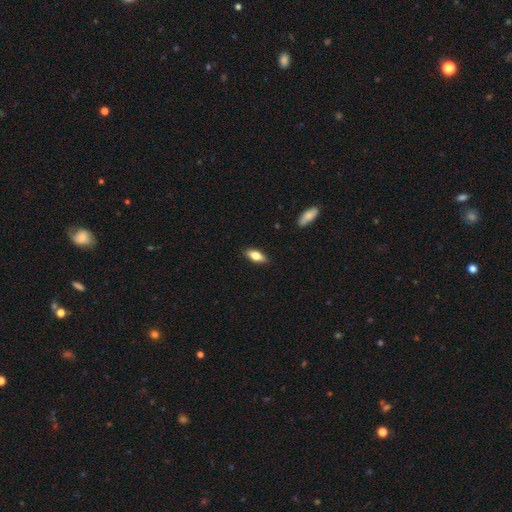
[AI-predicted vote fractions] The model was most divided on "smooth or featured": smooth: 75%, featured or disk: 19%, star or artifact: 7%. More confident: merging — none (87%); how rounded — in between (78%).